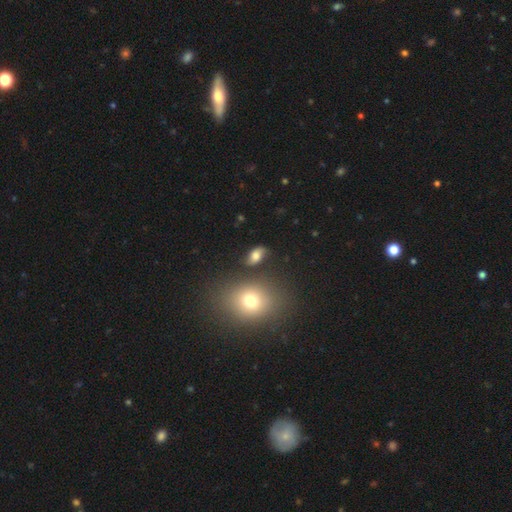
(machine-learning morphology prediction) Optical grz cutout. It shows a smooth galaxy with no disk features (68%) that is in between round and cigar-shaped (86%). Merging: none (75%).